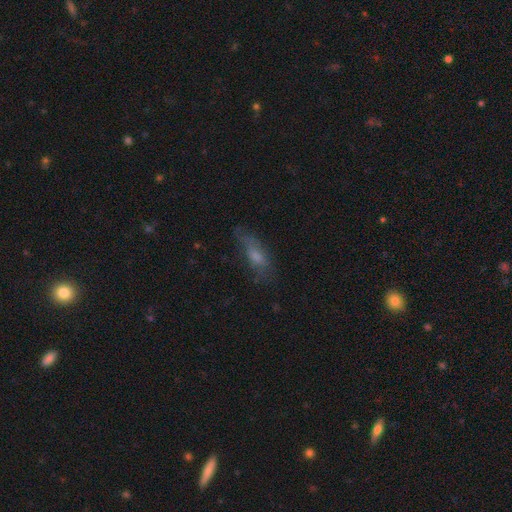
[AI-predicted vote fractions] A smooth galaxy with no disk features (54%) that is in between round and cigar-shaped (55%). Merging: none (62%).